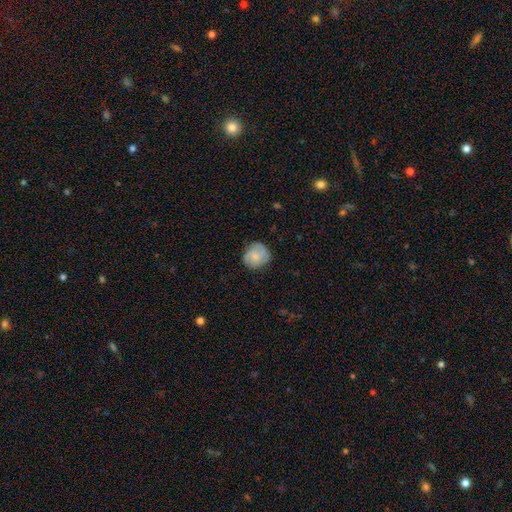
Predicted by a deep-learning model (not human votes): Morphology: type=smooth (68%); roundness=round (79%); merging=none (75%).